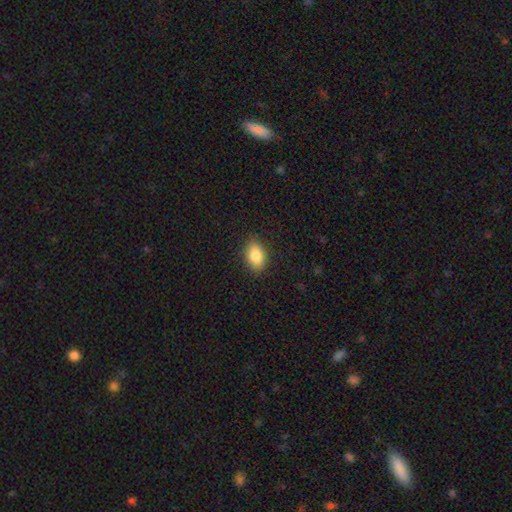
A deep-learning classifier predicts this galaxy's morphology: Q: Smooth or featured?
A: smooth (86%); runner-up: star or artifact (8%)
Q: How rounded?
A: in between (88%); runner-up: round (10%)
Q: Merging?
A: none (87%); runner-up: minor disturbance (10%)